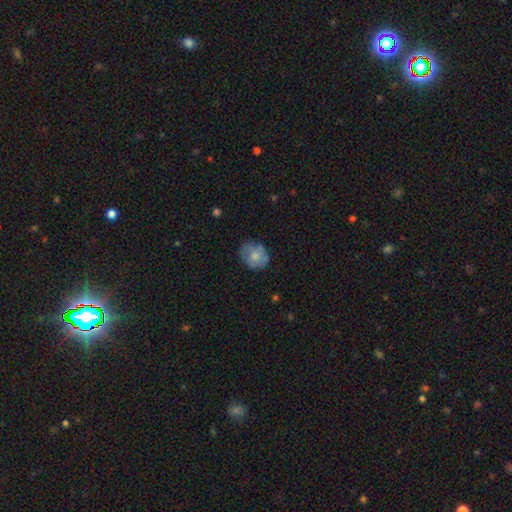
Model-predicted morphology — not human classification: smooth_or_featured: smooth (p=0.68) [alt: featured or disk p=0.25]
how_rounded: round (p=0.61) [alt: in between p=0.38]
merging: none (p=0.64) [alt: minor disturbance p=0.25]